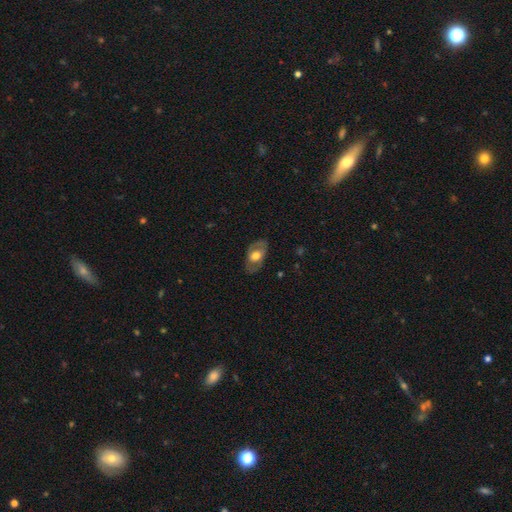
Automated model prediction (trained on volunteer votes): Morphology: type=featured or disk (50%); edge-on=no (88%); merging=none (78%).